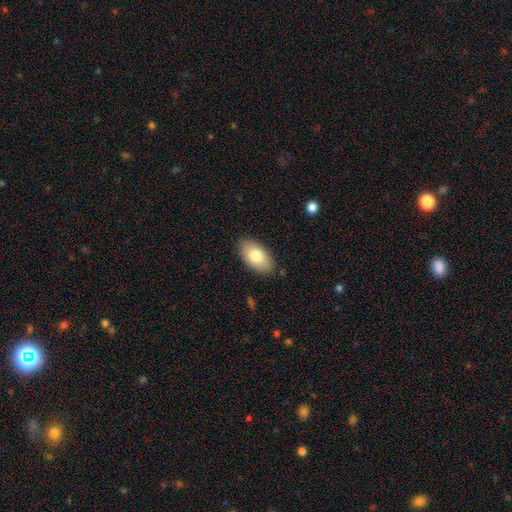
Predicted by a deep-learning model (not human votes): This appears to be a smooth galaxy with no disk features (78%) that is in between round and cigar-shaped (94%). Merging: none (86%).